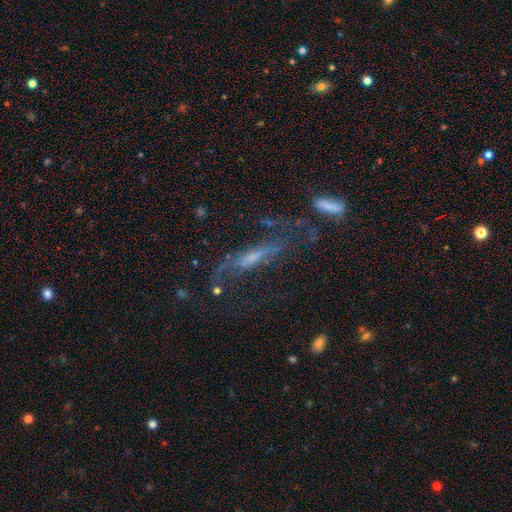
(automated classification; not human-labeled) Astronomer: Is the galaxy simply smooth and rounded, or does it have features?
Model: featured or disk — 68%.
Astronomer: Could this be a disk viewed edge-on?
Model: no — 63%.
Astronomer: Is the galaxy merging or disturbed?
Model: none — 51%.